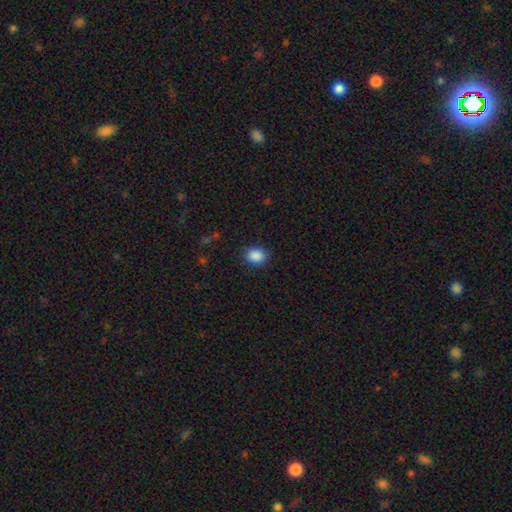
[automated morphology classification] A smooth galaxy with no disk features (89%) that is in between round and cigar-shaped (53%). Merging: none (87%).